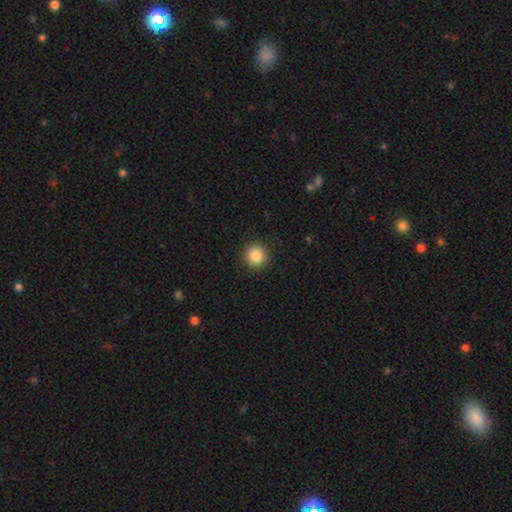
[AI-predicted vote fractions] The model was most divided on "smooth or featured": smooth: 86%, star or artifact: 10%, featured or disk: 4%. More confident: how rounded — round (94%); merging — none (92%).